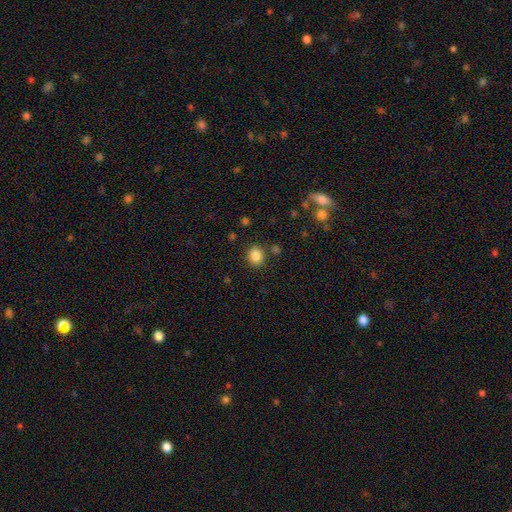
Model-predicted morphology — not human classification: smooth_or_featured: smooth (p=0.86) [alt: star or artifact p=0.10]
how_rounded: round (p=0.69) [alt: in between p=0.30]
merging: none (p=0.84) [alt: minor disturbance p=0.09]